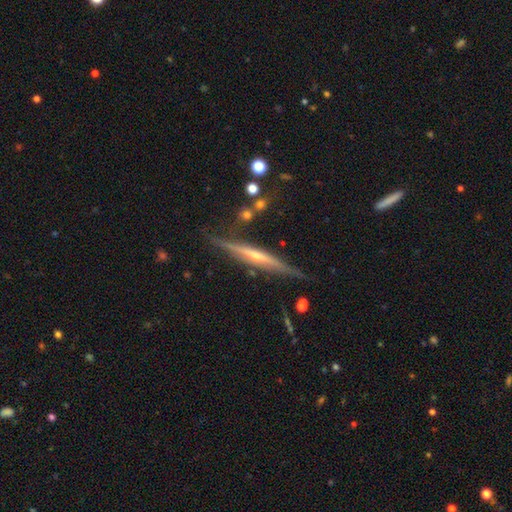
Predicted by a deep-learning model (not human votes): smooth_or_featured: featured or disk (p=0.78) [alt: smooth p=0.16]
disk_edge_on: yes (p=0.96) [alt: no p=0.04]
edge_on_bulge: rounded (p=0.56) [alt: none p=0.35]
merging: none (p=0.79) [alt: minor disturbance p=0.15]